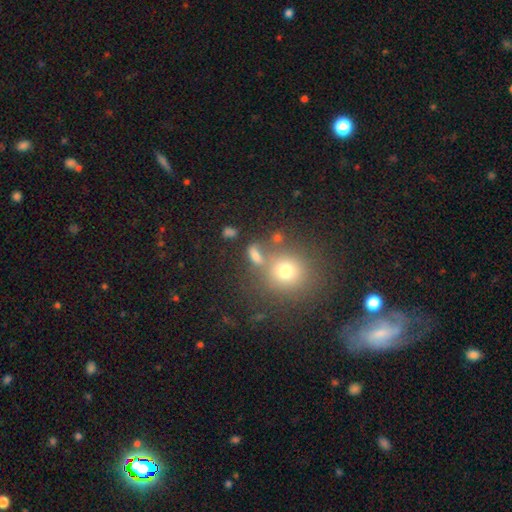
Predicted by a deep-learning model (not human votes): Smooth or featured? smooth (69%)
How rounded? in between (57%)
Merging? none (58%)